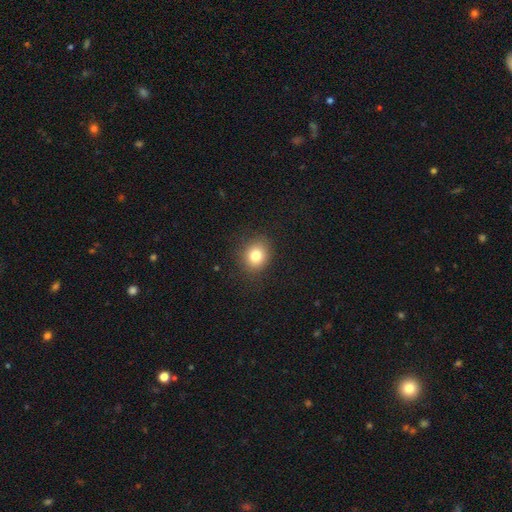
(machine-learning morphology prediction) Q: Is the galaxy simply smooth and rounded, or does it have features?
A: smooth — 80%.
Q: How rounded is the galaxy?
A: round — 71%.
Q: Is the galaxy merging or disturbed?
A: none — 87%.